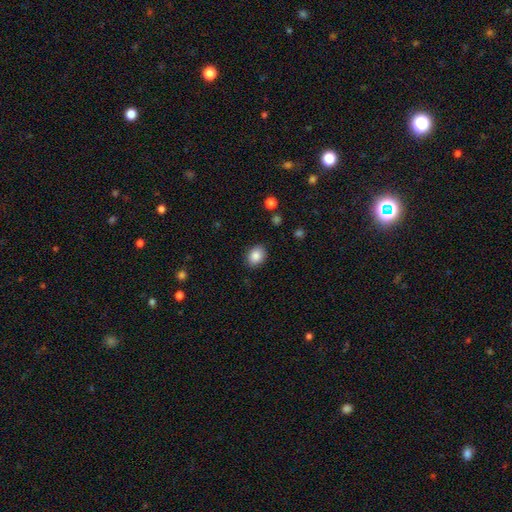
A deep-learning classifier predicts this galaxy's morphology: Smooth or featured: smooth — 86% (star or artifact — 8%)
How rounded: in between — 52% (round — 47%)
Merging: none — 87% (minor disturbance — 9%)